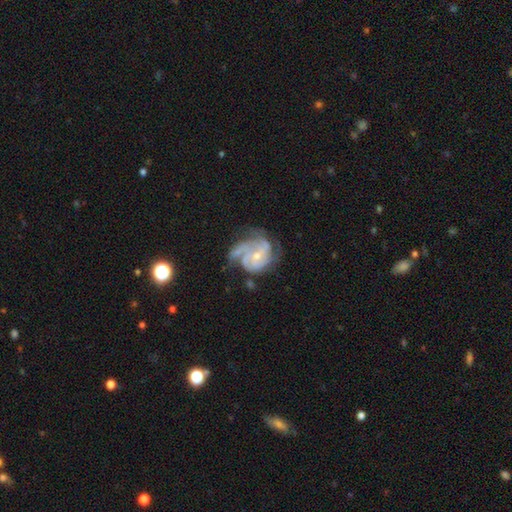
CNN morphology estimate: Smooth or featured? Predicted: featured or disk (p=0.83). Edge-on disk? Predicted: no (p=0.98). Bar? Predicted: no (p=0.70). Spiral arms? Predicted: yes (p=0.92). Spiral winding? Predicted: tight (p=0.49). Spiral arm count? Predicted: 3 (p=0.38). Bulge size? Predicted: small (p=0.64). Merging? Predicted: none (p=0.45).